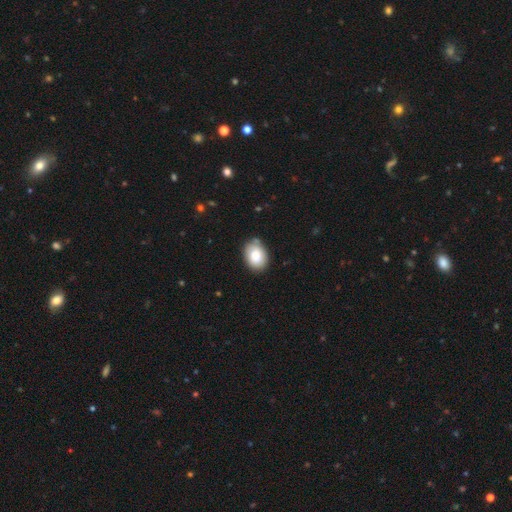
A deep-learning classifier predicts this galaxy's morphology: The model was most divided on "how rounded": in between: 77%, round: 22%, cigar-shaped: 1%. More confident: smooth or featured — smooth (84%); merging — none (76%).